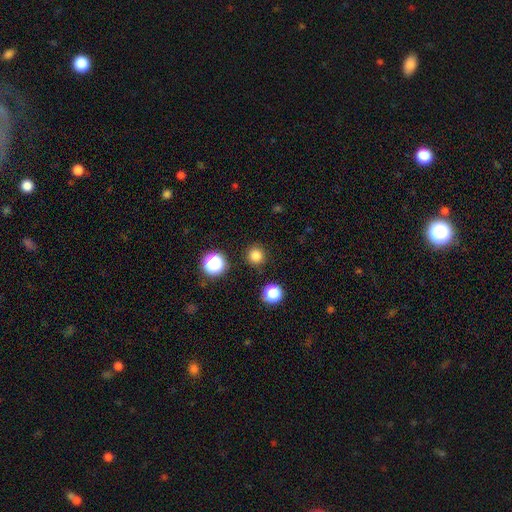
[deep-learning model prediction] Smooth or featured? smooth (81%)
How rounded? round (95%)
Merging? none (90%)